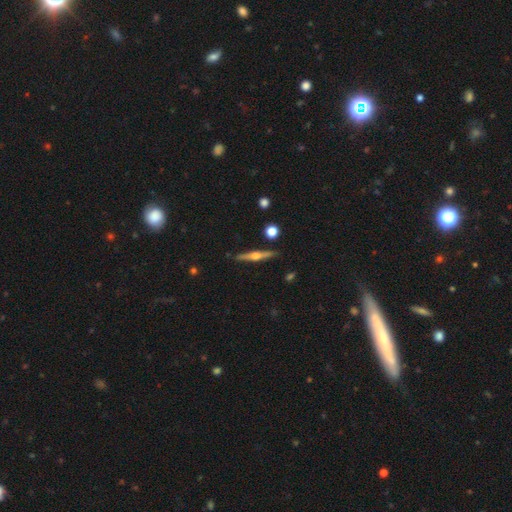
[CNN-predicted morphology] featured or disk 72%, smooth 21%, star or artifact 6%. Down the decision tree: edge-on disk — yes (98%); edge-on bulge — rounded (92%); merging — none (89%).